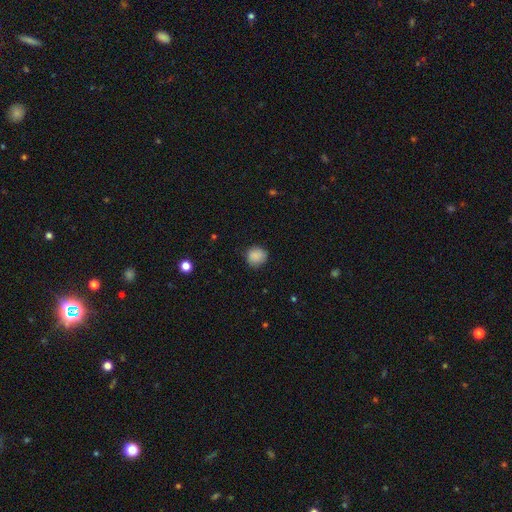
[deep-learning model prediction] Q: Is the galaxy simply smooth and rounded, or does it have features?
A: smooth — 87%.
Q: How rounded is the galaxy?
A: round — 85%.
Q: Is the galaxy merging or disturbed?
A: none — 79%.